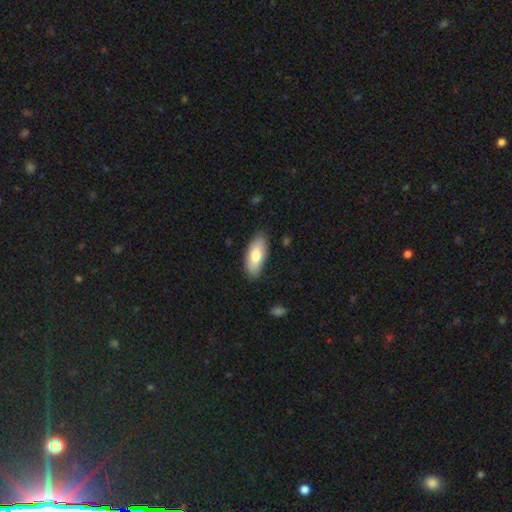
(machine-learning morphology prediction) Smooth or featured?
  - smooth: 75% *
  - featured or disk: 19%
  - star or artifact: 6%
How rounded?
  - in between: 82% *
  - cigar-shaped: 16%
  - round: 2%
Merging?
  - none: 85% *
  - minor disturbance: 12%
  - major disturbance: 2%
  - merger: 1%